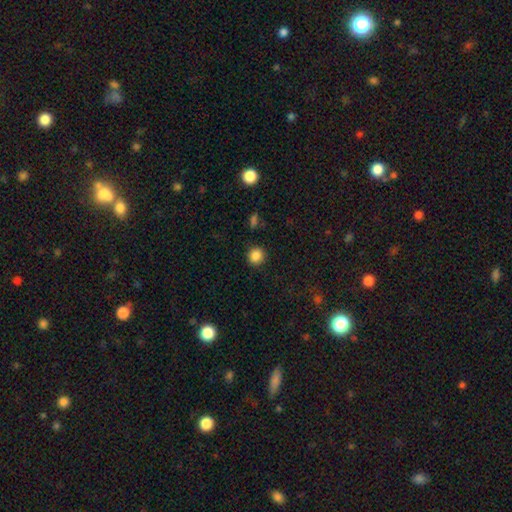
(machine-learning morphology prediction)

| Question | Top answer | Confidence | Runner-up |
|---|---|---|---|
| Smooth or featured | smooth | 86% | star or artifact (10%) |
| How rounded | round | 91% | in between (8%) |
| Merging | none | 90% | minor disturbance (6%) |